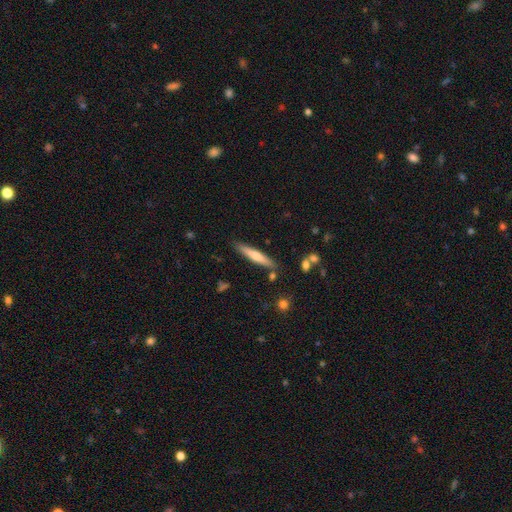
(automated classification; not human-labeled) Q: Smooth or featured?
A: smooth (55%); runner-up: featured or disk (39%)
Q: How rounded?
A: cigar-shaped (91%); runner-up: in between (7%)
Q: Merging?
A: none (85%); runner-up: minor disturbance (10%)